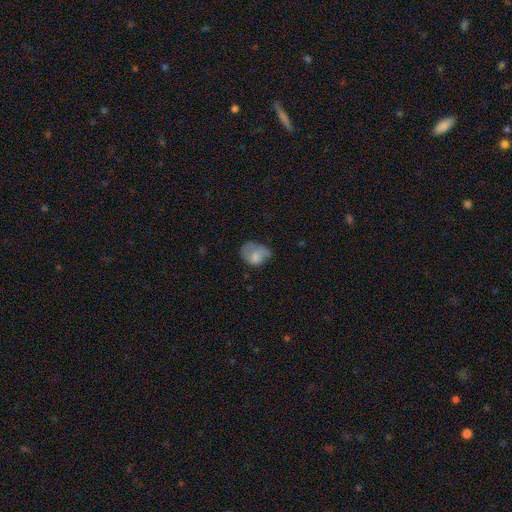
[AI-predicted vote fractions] smooth-or-featured: smooth: 67% | featured or disk: 24% | star or artifact: 9%
  how-rounded: in between: 63% | round: 36% | cigar-shaped: 1%
  merging: minor disturbance: 35% | none: 31% | major disturbance: 30% | merger: 4%